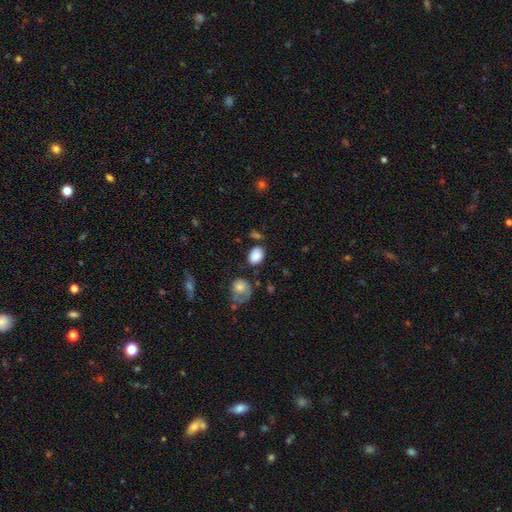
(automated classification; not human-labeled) Q: Smooth or featured?
A: smooth (86%); runner-up: star or artifact (8%)
Q: How rounded?
A: in between (69%); runner-up: round (29%)
Q: Merging?
A: none (72%); runner-up: minor disturbance (16%)